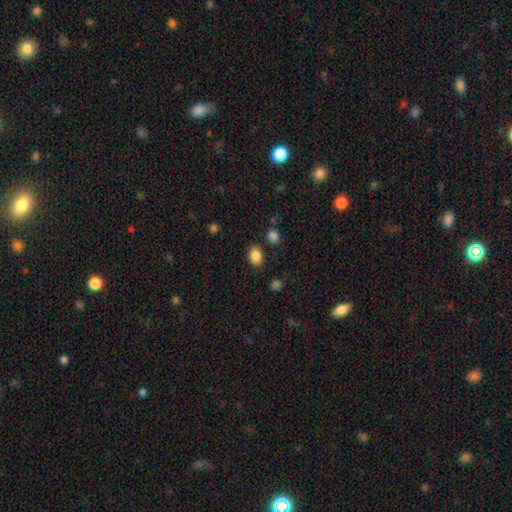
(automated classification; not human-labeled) Morphology: type=smooth (86%); roundness=in between (70%); merging=none (82%).